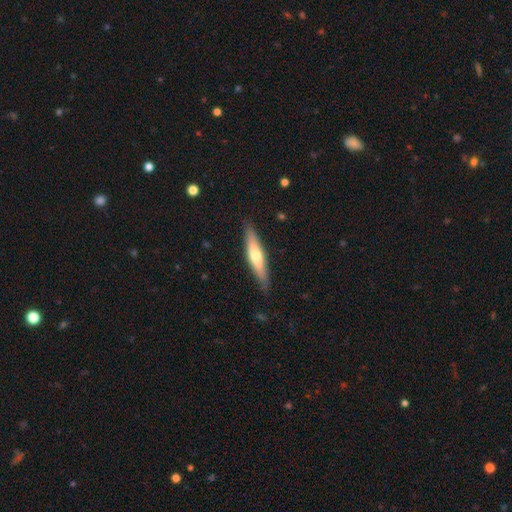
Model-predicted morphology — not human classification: A smooth galaxy with no disk features (49%).

Vote fractions:
- Smooth or featured? smooth: 49% / featured or disk: 46% / star or artifact: 5%
- Merging? none: 86% / minor disturbance: 11% / major disturbance: 2% / merger: 1%